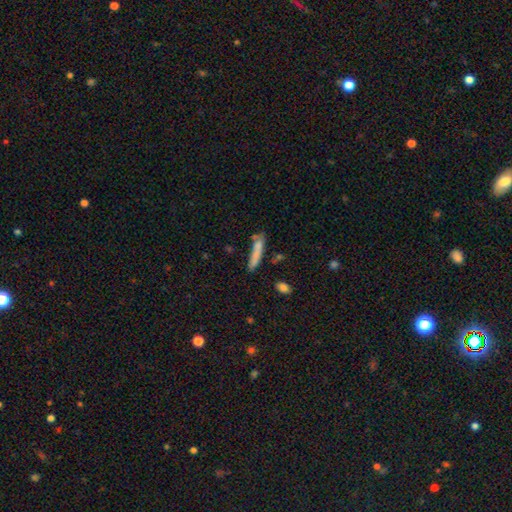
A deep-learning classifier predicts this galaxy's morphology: The model was most divided on "smooth or featured": smooth: 70%, featured or disk: 20%, star or artifact: 9%. More confident: how rounded — cigar-shaped (90%); merging — none (70%).